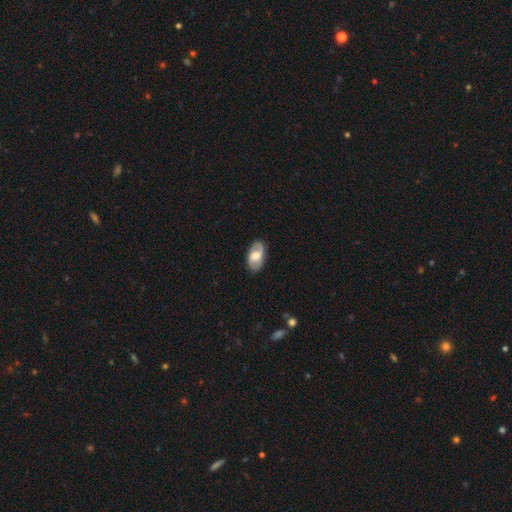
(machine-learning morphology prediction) featured or disk 60%, smooth 34%, star or artifact 6%. Down the decision tree: edge-on disk — no (93%); bar — weak (48%); spiral arms — yes (81%); bulge size — moderate (56%); merging — none (82%).